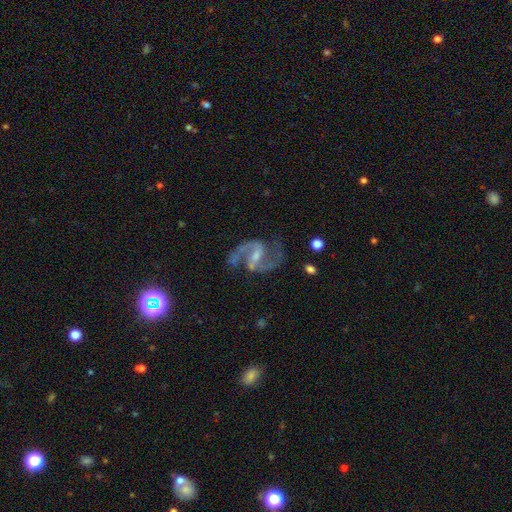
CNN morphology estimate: Smooth or featured? featured or disk (92%)
Edge-on disk? no (98%)
Bar? weak (49%)
Spiral arms? yes (98%)
Spiral winding? medium (61%)
Spiral arm count? 2 (94%)
Bulge size? small (55%)
Merging? none (75%)